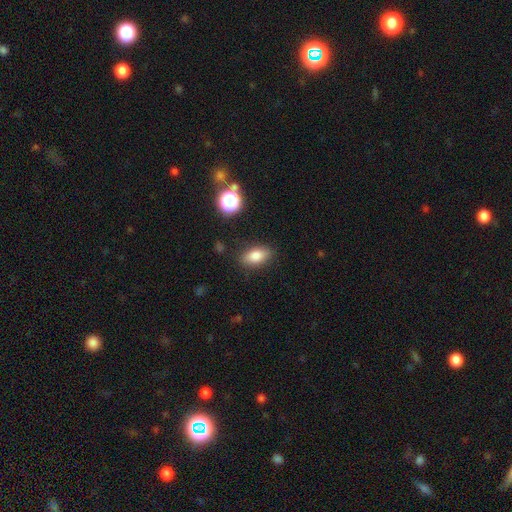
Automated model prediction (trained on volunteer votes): smooth_or_featured: smooth (p=0.80) [alt: featured or disk p=0.10]
how_rounded: in between (p=0.87) [alt: round p=0.08]
merging: none (p=0.85) [alt: minor disturbance p=0.10]